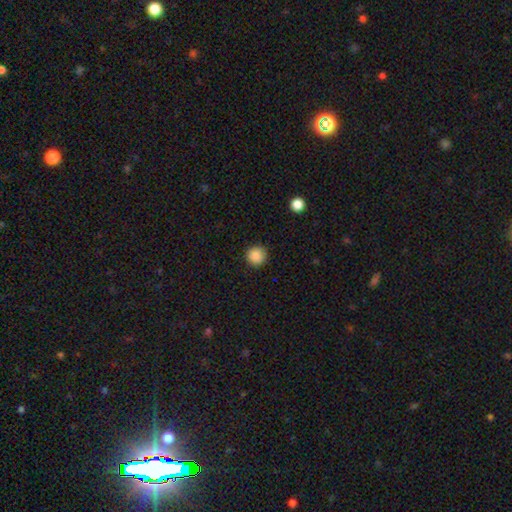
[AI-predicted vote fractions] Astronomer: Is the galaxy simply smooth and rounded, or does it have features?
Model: smooth — 88%.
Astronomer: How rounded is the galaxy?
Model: round — 95%.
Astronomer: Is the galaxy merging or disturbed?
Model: none — 91%.